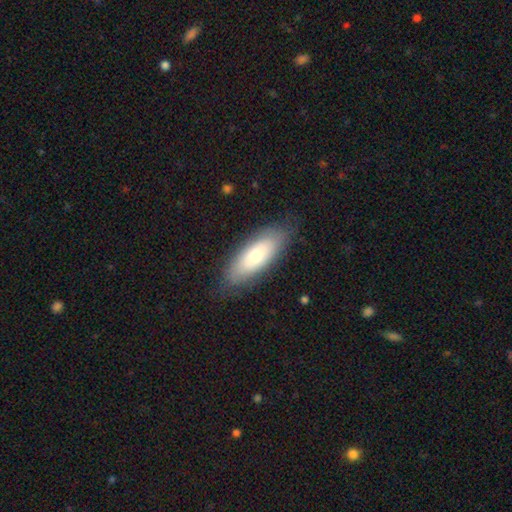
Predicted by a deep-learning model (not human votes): Smooth or featured? smooth (66%)
How rounded? in between (74%)
Merging? none (83%)